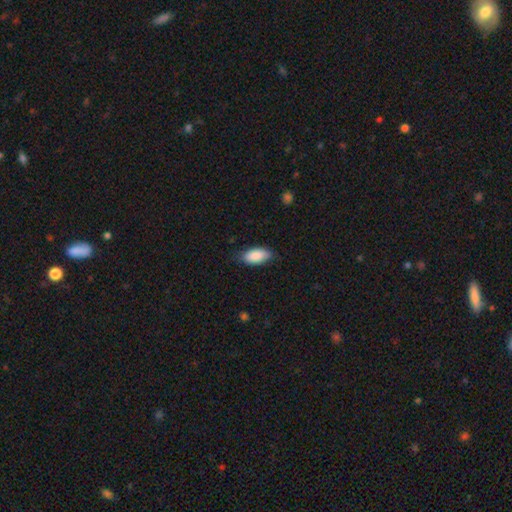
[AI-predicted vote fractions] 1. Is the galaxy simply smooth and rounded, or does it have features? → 88% smooth, 6% star or artifact, 6% featured or disk.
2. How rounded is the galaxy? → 91% in between, 7% cigar-shaped, 2% round.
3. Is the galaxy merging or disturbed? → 76% none, 19% minor disturbance, 3% major disturbance, 1% merger.